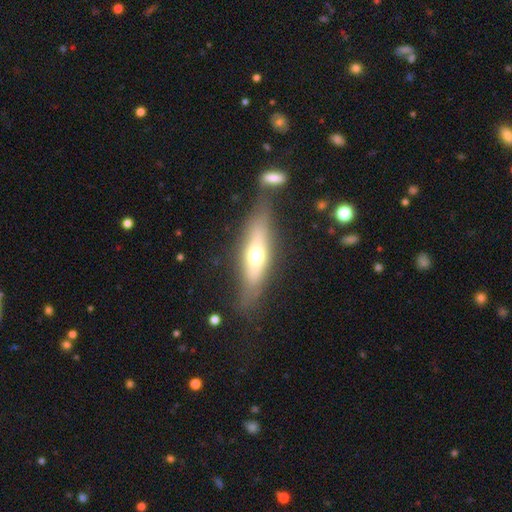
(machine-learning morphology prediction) Q: Smooth or featured?
A: smooth (47%); tied with: featured or disk (47%)
Q: Merging?
A: none (68%); runner-up: minor disturbance (17%)